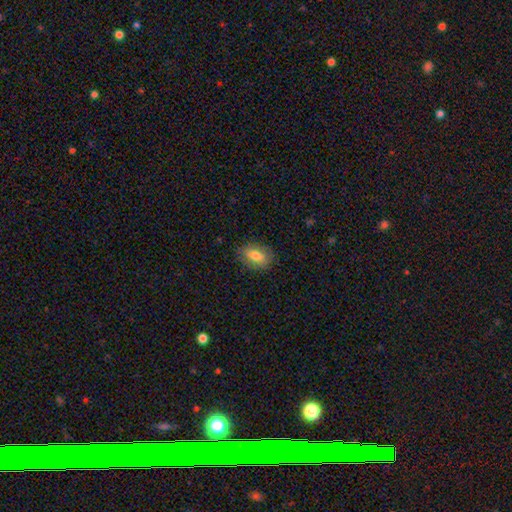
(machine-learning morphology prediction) Q: Smooth or featured?
A: smooth (77%); runner-up: featured or disk (16%)
Q: How rounded?
A: in between (87%); runner-up: round (10%)
Q: Merging?
A: none (82%); runner-up: minor disturbance (14%)